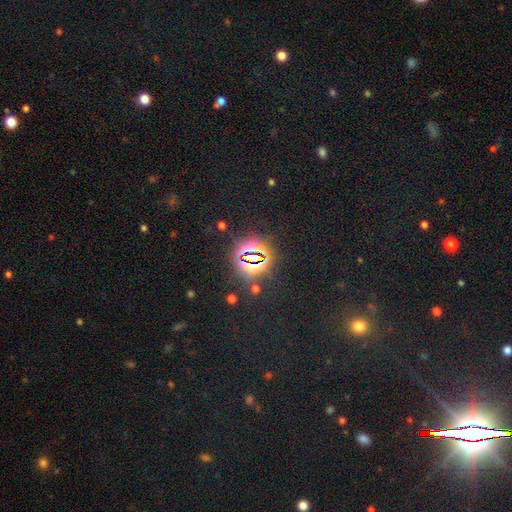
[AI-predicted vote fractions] smooth-or-featured: star or artifact: 80% | smooth: 12% | featured or disk: 8%